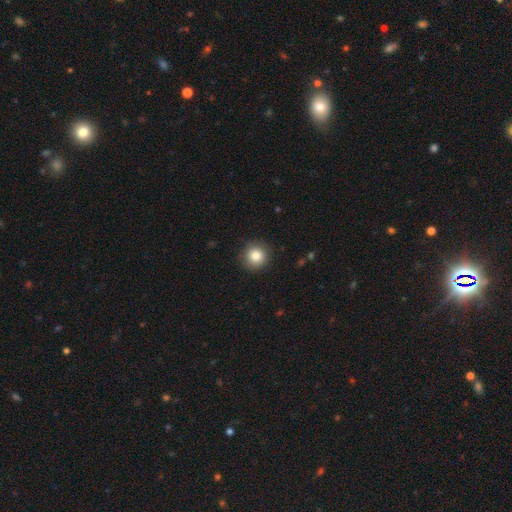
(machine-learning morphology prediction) Overall: smooth (83%). How rounded: round (94%). Merging: none (90%).